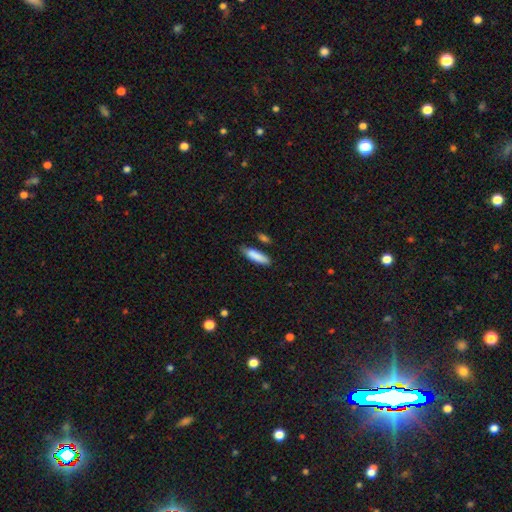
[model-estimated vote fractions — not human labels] Smooth or featured? Predicted: smooth (p=0.86). How rounded? Predicted: cigar-shaped (p=0.64). Merging? Predicted: none (p=0.75).